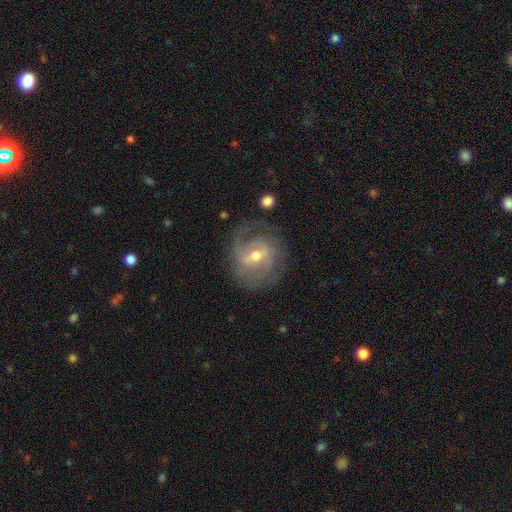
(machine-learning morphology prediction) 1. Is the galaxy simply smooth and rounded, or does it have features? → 79% featured or disk, 14% smooth, 7% star or artifact.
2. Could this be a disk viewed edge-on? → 96% no, 4% yes.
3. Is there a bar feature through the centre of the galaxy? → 50% weak, 33% strong, 17% no.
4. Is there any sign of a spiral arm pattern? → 87% yes, 13% no.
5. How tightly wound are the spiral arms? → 41% tight, 40% medium, 19% loose.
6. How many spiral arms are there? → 49% 2, 24% can't tell, 14% 1, 8% 3, 2% 4, 2% more than 4.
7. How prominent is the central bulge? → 60% moderate, 36% small, 3% large, 1% none, 1% dominant.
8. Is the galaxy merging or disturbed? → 66% none, 19% minor disturbance, 13% major disturbance, 2% merger.